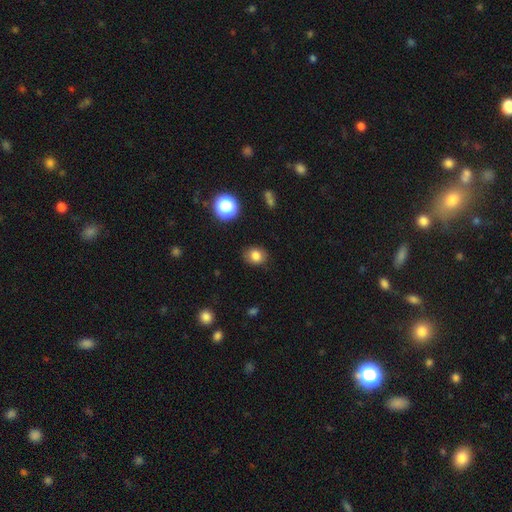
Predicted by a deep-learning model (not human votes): A smooth galaxy with no disk features (81%) that is round (58%). Merging: none (84%).